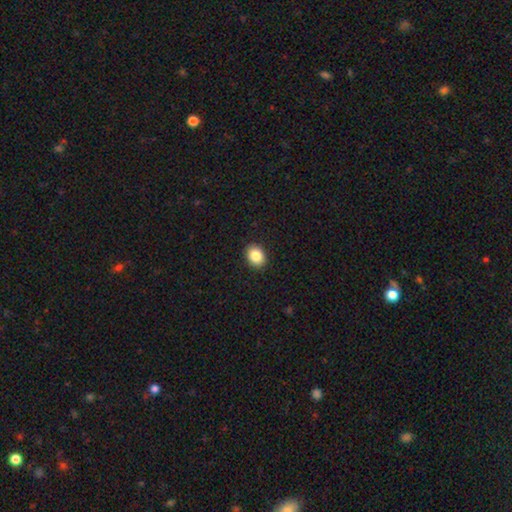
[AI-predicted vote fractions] This is clearly a smooth galaxy (86%). How rounded: likely in between (61%). Merging: clearly none (91%).